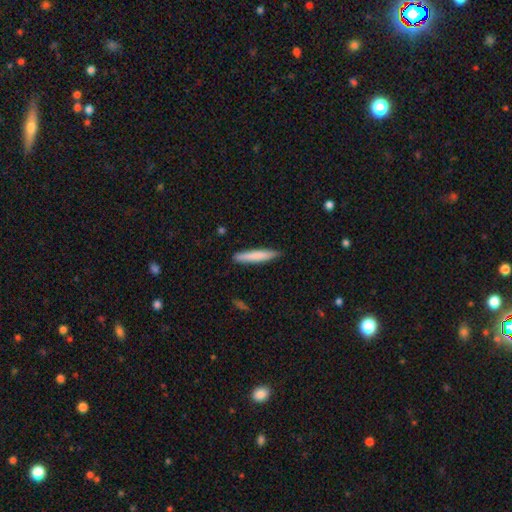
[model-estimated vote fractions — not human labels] A smooth galaxy with no disk features (78%) that is cigar-shaped (93%). Merging: none (87%).